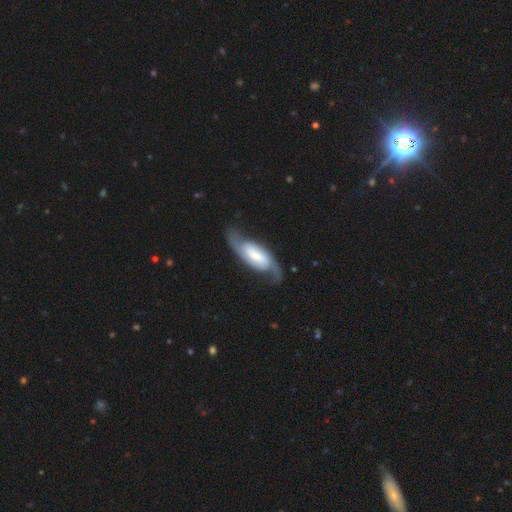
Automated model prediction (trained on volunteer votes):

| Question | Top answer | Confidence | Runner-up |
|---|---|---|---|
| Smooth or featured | featured or disk | 78% | smooth (17%) |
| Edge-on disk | no | 91% | yes (9%) |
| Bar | weak | 41% | strong (34%) |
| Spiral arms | yes | 94% | no (6%) |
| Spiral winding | loose | 48% | medium (37%) |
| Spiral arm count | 2 | 90% | can't tell (5%) |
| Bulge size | small | 42% | moderate (37%) |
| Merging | none | 68% | minor disturbance (18%) |